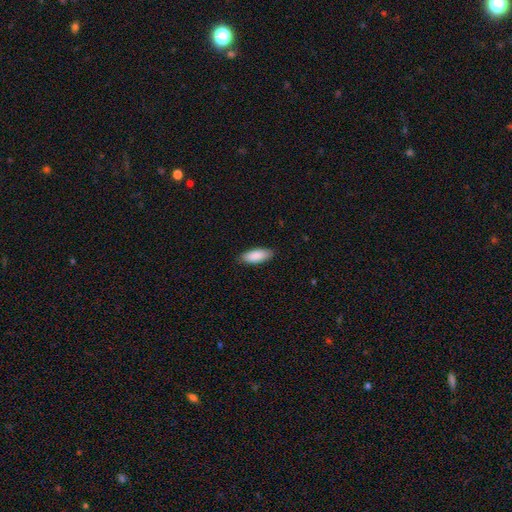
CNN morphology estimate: Overall: smooth (89%). How rounded: in between (79%). Merging: none (87%).